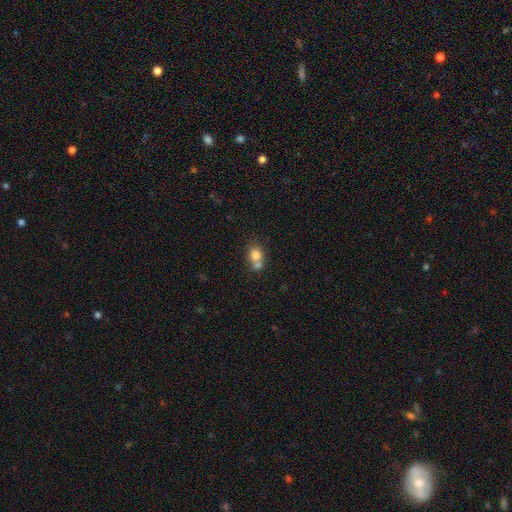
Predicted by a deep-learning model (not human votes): smooth-or-featured: smooth: 77% | featured or disk: 13% | star or artifact: 10%
  how-rounded: round: 66% | in between: 33% | cigar-shaped: 1%
  merging: merger: 53% | none: 35% | minor disturbance: 9% | major disturbance: 3%